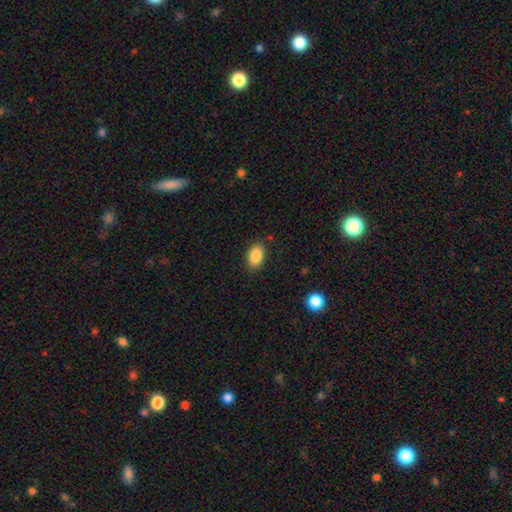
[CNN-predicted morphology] Overall: smooth (88%). How rounded: in between (89%). Merging: none (86%).